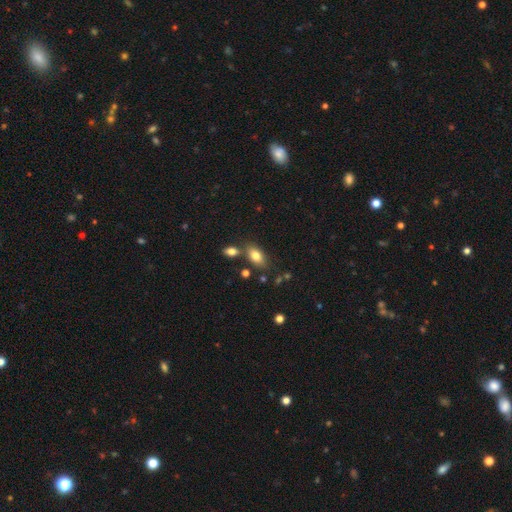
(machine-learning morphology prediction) Smooth or featured? Predicted: smooth (p=0.81). How rounded? Predicted: in between (p=0.90). Merging? Predicted: none (p=0.67).